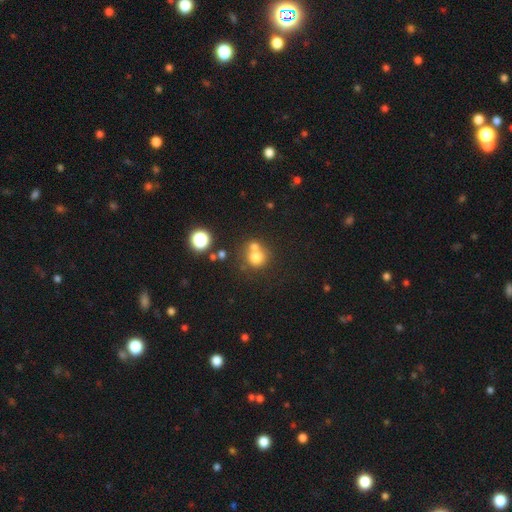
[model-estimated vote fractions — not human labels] smooth-or-featured: smooth: 72% | star or artifact: 15% | featured or disk: 13%
  how-rounded: round: 87% | in between: 12% | cigar-shaped: 1%
  merging: none: 46% | merger: 42% | minor disturbance: 8% | major disturbance: 4%